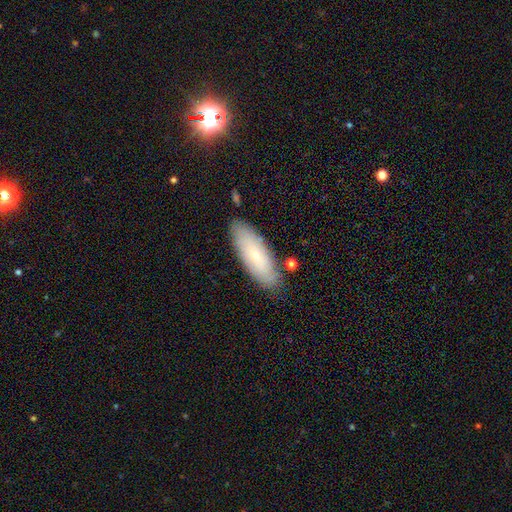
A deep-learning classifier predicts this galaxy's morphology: A smooth galaxy with no disk features (60%) that is in between round and cigar-shaped (64%).

Vote fractions:
- Smooth or featured? smooth: 60% / featured or disk: 33% / star or artifact: 7%
- How rounded? in between: 64% / cigar-shaped: 34% / round: 2%
- Merging? none: 83% / minor disturbance: 13% / major disturbance: 2% / merger: 2%